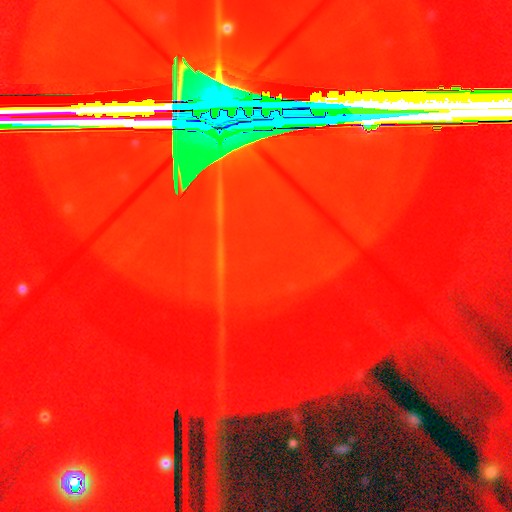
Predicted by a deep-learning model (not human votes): star or artifact 89%, featured or disk 7%, smooth 4%.